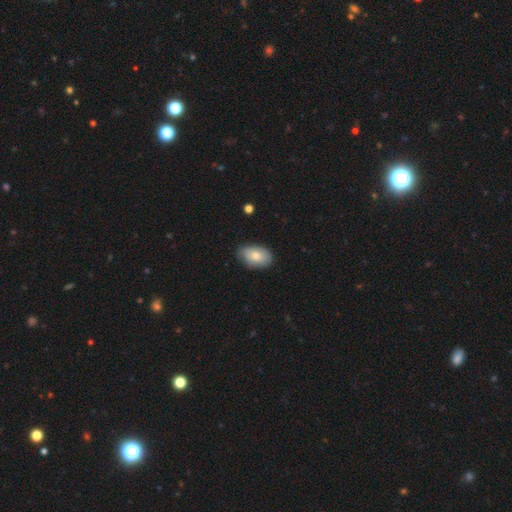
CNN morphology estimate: A smooth galaxy with no disk features (77%) that is in between round and cigar-shaped (90%).

Vote fractions:
- Smooth or featured? smooth: 77% / featured or disk: 17% / star or artifact: 6%
- How rounded? in between: 90% / round: 9% / cigar-shaped: 1%
- Merging? none: 78% / minor disturbance: 18% / major disturbance: 3% / merger: 1%